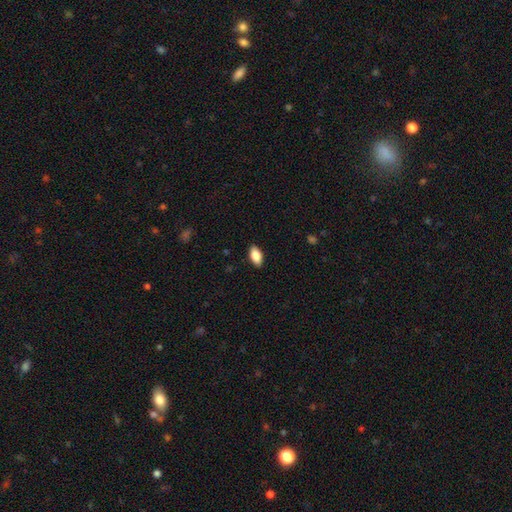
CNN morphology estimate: smooth-or-featured: smooth: 86% | featured or disk: 8% | star or artifact: 7%
  how-rounded: in between: 92% | cigar-shaped: 5% | round: 3%
  merging: none: 89% | minor disturbance: 9% | major disturbance: 2% | merger: 1%